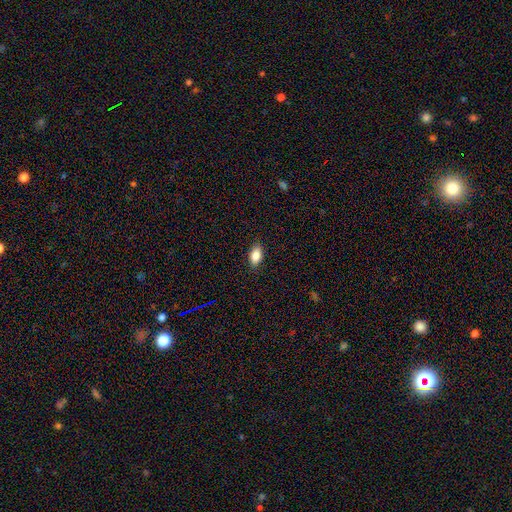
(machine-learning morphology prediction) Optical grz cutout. It shows a smooth galaxy with no disk features (86%) that is in between round and cigar-shaped (91%). Merging: none (87%).